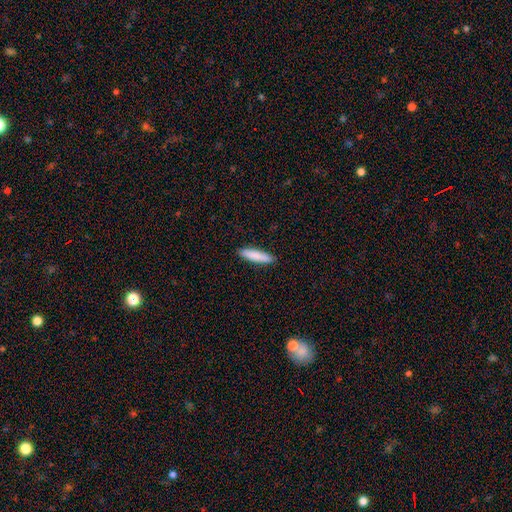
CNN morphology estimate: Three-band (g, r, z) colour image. It shows a smooth galaxy with no disk features (85%) that is cigar-shaped (83%). Merging: none (91%).